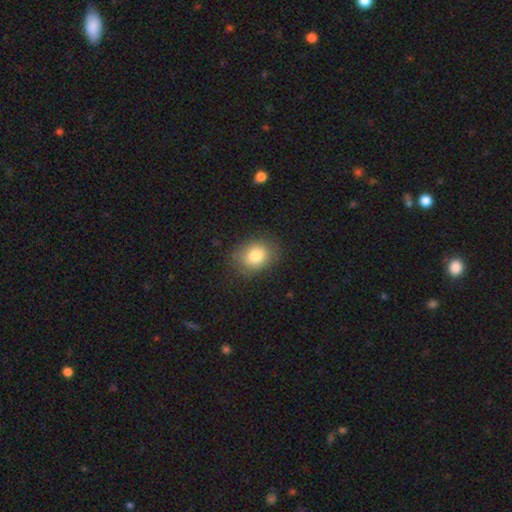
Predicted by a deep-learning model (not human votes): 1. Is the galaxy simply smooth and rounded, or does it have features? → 81% smooth, 10% star or artifact, 9% featured or disk.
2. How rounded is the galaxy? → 59% in between, 40% round, 1% cigar-shaped.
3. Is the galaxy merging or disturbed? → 82% none, 13% minor disturbance, 4% major disturbance, 1% merger.